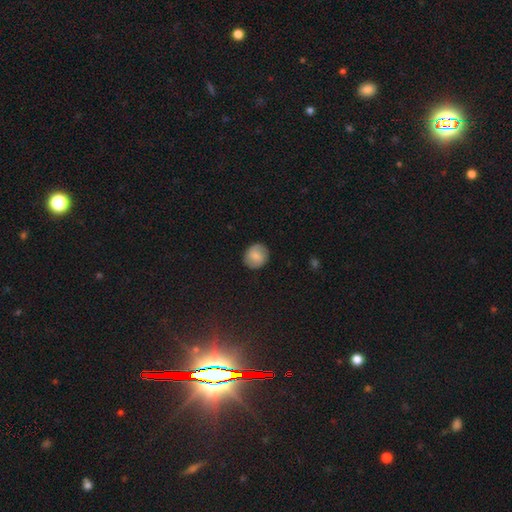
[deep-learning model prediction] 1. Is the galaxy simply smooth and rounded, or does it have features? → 72% smooth, 20% featured or disk, 8% star or artifact.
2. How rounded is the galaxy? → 86% round, 13% in between, 1% cigar-shaped.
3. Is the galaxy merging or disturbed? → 88% none, 9% minor disturbance, 2% major disturbance, 1% merger.